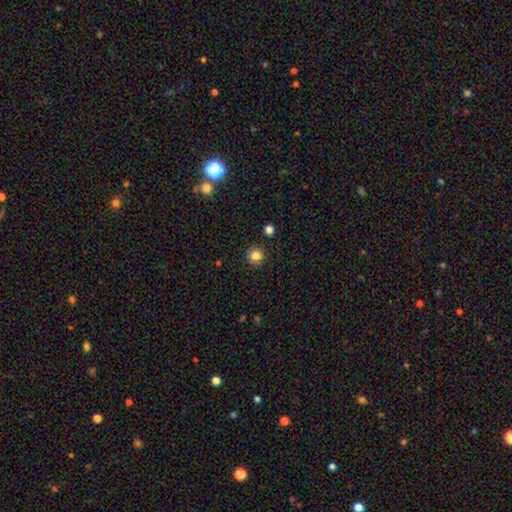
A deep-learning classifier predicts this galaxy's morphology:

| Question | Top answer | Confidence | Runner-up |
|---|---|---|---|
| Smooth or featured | smooth | 83% | star or artifact (12%) |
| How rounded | round | 94% | in between (5%) |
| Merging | none | 89% | minor disturbance (7%) |